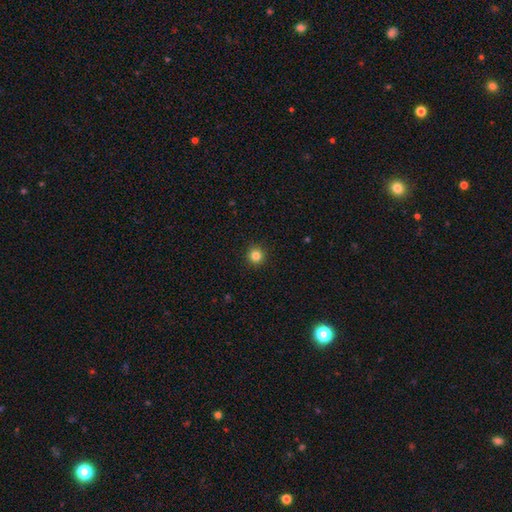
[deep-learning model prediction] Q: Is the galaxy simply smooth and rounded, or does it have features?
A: smooth — 84%.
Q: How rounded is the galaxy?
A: round — 95%.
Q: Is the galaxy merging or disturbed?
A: none — 93%.